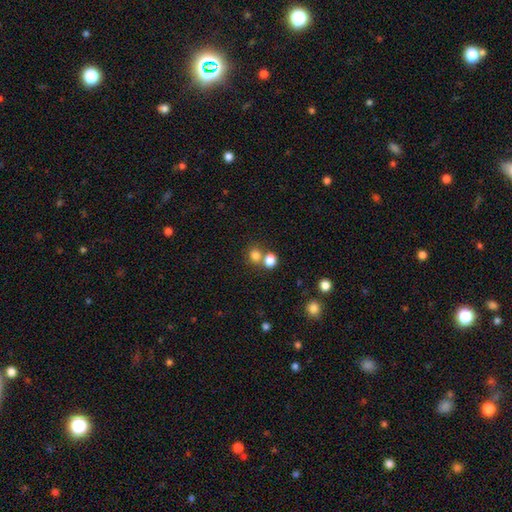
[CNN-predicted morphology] Overall: smooth (79%). How rounded: round (74%). Merging: none (50%; merger 39%).